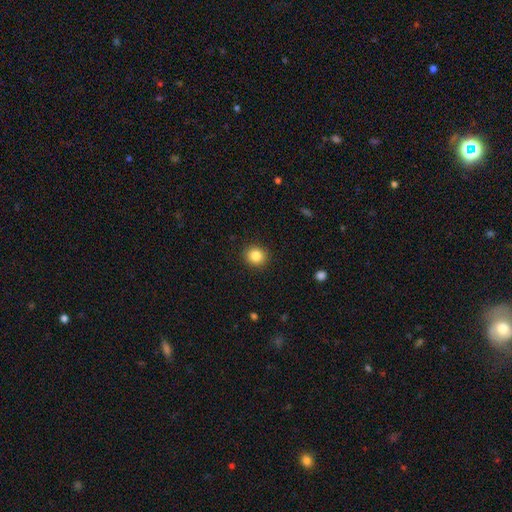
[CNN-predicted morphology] The model was most divided on "how rounded": round: 84%, in between: 15%, cigar-shaped: 1%. More confident: merging — none (91%); smooth or featured — smooth (85%).